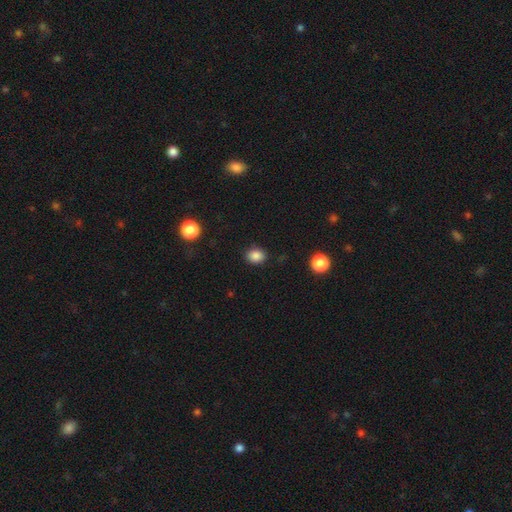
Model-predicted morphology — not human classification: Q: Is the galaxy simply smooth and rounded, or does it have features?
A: smooth — 86%.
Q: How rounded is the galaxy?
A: round — 52%.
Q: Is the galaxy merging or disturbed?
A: none — 87%.